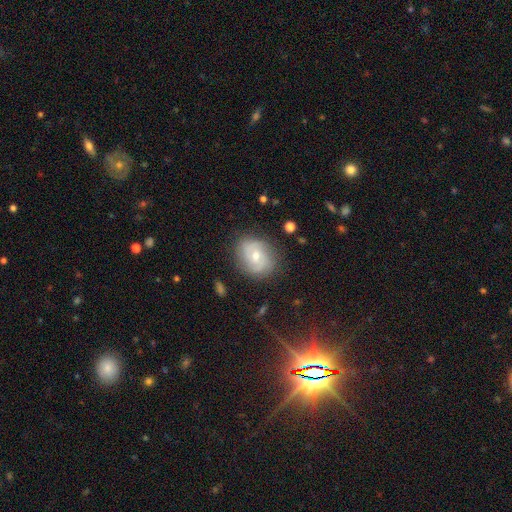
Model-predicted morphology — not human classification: Q: Smooth or featured?
A: featured or disk (56%); runner-up: smooth (36%)
Q: Edge-on disk?
A: no (96%); runner-up: yes (4%)
Q: Bar?
A: no (54%); runner-up: weak (38%)
Q: Spiral arms?
A: yes (76%); runner-up: no (24%)
Q: Bulge size?
A: moderate (55%); runner-up: small (41%)
Q: Merging?
A: none (77%); runner-up: minor disturbance (16%)